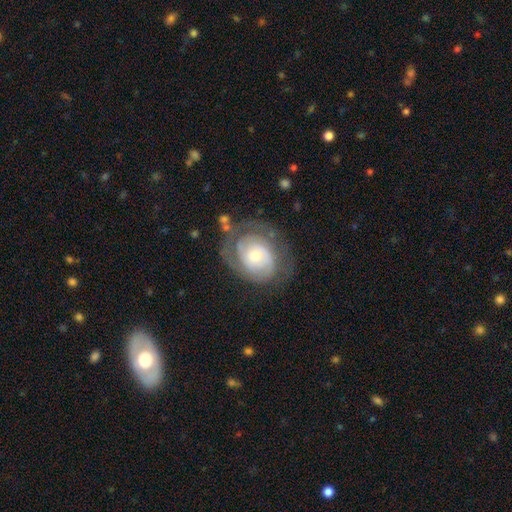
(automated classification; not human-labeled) Smooth or featured?
  - featured or disk: 79% *
  - smooth: 15%
  - star or artifact: 6%
Edge-on disk?
  - no: 97% *
  - yes: 3%
Bar?
  - no: 75% *
  - weak: 21%
  - strong: 4%
Spiral arms?
  - yes: 90% *
  - no: 10%
Spiral winding?
  - tight: 69% *
  - medium: 23%
  - loose: 7%
Spiral arm count?
  - 2: 39% *
  - can't tell: 32%
  - 3: 12%
  - 1: 9%
  - 4: 4%
  - more than 4: 3%
Bulge size?
  - moderate: 50% *
  - small: 43%
  - large: 5%
  - none: 1%
  - dominant: 1%
Merging?
  - none: 62% *
  - minor disturbance: 21%
  - major disturbance: 15%
  - merger: 3%